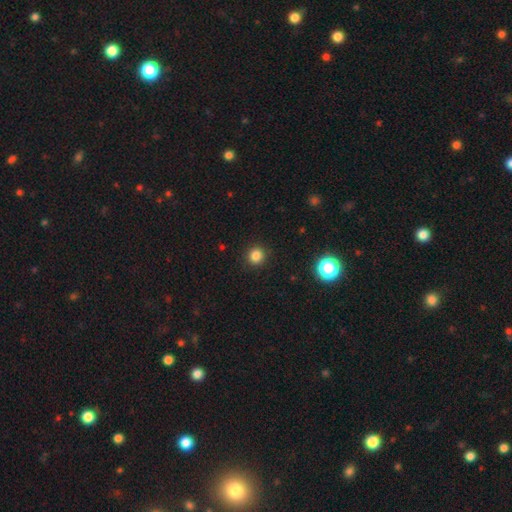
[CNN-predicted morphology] Smooth or featured: smooth — 83% (star or artifact — 13%)
How rounded: round — 92% (in between — 7%)
Merging: none — 92% (minor disturbance — 5%)